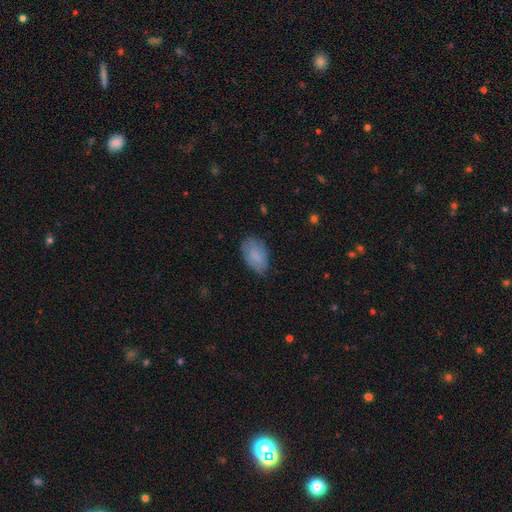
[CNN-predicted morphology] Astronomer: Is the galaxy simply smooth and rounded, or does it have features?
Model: smooth — 78%.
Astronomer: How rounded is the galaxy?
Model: in between — 92%.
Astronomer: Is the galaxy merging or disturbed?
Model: none — 71%.